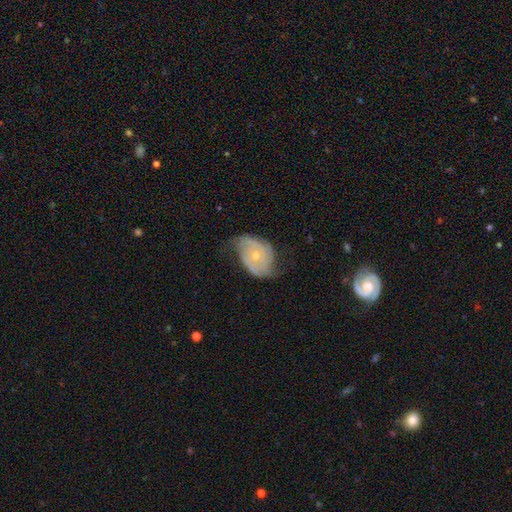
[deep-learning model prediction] Smooth or featured? featured or disk (77%)
Edge-on disk? no (97%)
Bar? no (78%)
Spiral arms? yes (90%)
Spiral winding? tight (44%)
Spiral arm count? 2 (60%)
Bulge size? small (59%)
Merging? none (53%)